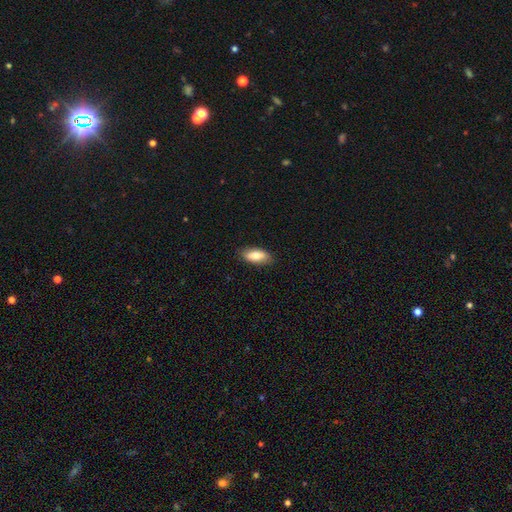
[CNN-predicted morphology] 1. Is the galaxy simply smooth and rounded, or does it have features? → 77% smooth, 17% featured or disk, 6% star or artifact.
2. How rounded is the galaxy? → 83% in between, 14% cigar-shaped, 3% round.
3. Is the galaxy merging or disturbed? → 84% none, 12% minor disturbance, 2% major disturbance, 1% merger.